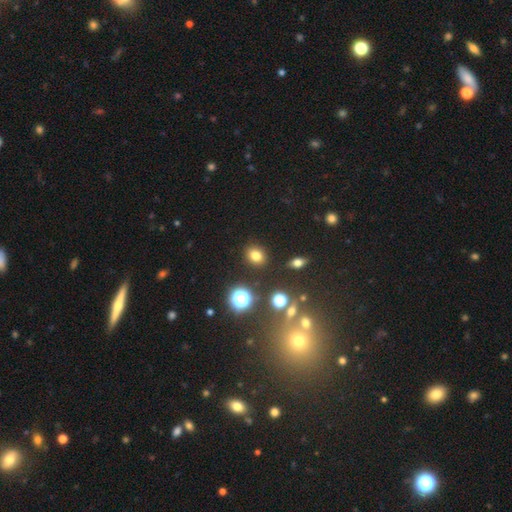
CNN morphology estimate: smooth_or_featured: smooth (p=0.77) [alt: star or artifact p=0.16]
how_rounded: round (p=0.55) [alt: in between p=0.43]
merging: none (p=0.88) [alt: minor disturbance p=0.07]